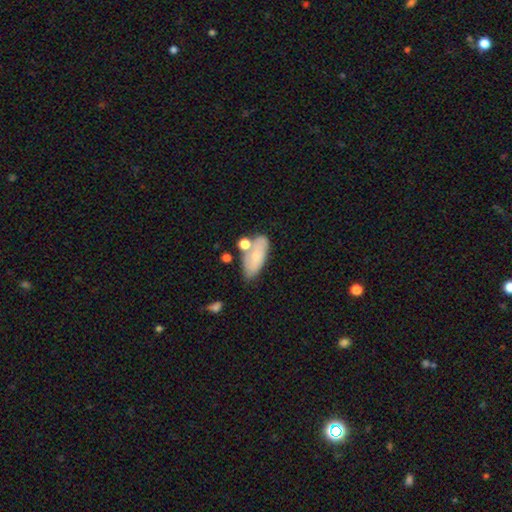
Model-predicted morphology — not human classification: This appears to be a smooth galaxy with no disk features (69%) that is in between round and cigar-shaped (87%). Merging: none (54%).